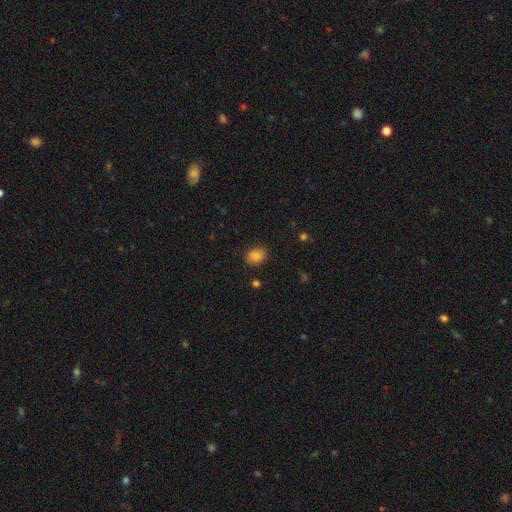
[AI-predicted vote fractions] Smooth or featured: smooth — 84% (star or artifact — 9%)
How rounded: in between — 67% (round — 32%)
Merging: none — 86% (minor disturbance — 10%)